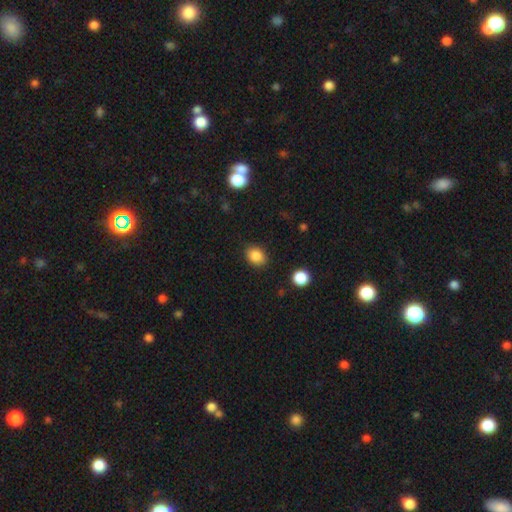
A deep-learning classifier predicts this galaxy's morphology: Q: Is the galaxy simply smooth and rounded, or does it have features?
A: smooth — 86%.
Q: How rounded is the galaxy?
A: in between — 57%.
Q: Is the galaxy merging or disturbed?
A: none — 86%.